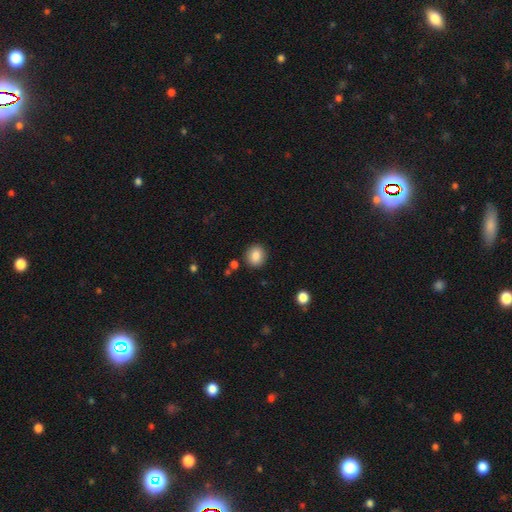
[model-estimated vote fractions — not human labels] A smooth galaxy with no disk features (87%) that is round (73%).

Vote fractions:
- Smooth or featured? smooth: 87% / star or artifact: 9% / featured or disk: 5%
- How rounded? round: 73% / in between: 26% / cigar-shaped: 1%
- Merging? none: 88% / minor disturbance: 8% / major disturbance: 2% / merger: 2%